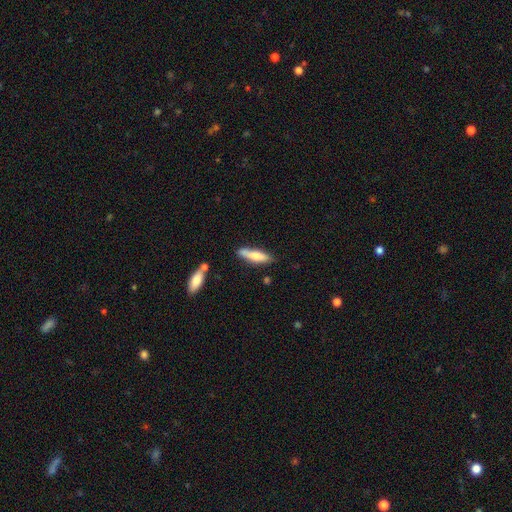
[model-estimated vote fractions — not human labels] smooth_or_featured: smooth (p=0.64) [alt: featured or disk p=0.30]
how_rounded: cigar-shaped (p=0.71) [alt: in between p=0.27]
merging: none (p=0.70) [alt: minor disturbance p=0.19]